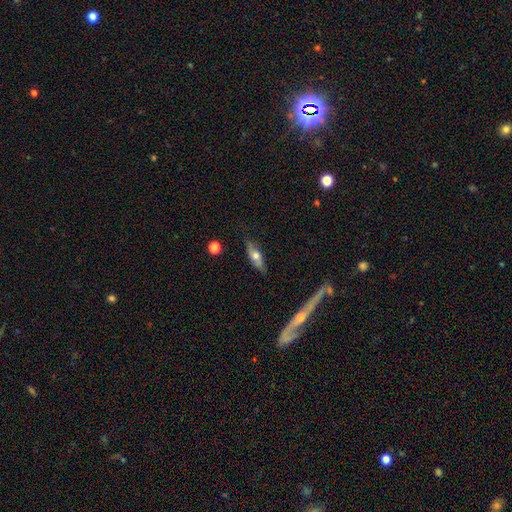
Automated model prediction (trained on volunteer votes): Overall: smooth (53%; featured or disk 41%). How rounded: in between (57%; cigar-shaped 39%). Merging: none (79%).